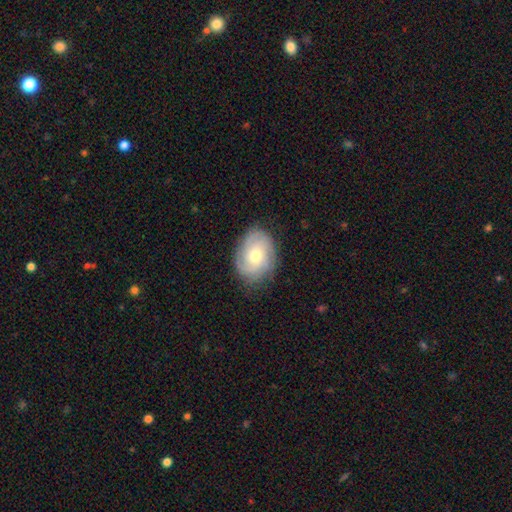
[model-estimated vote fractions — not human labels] Q: Smooth or featured?
A: featured or disk (68%); runner-up: smooth (25%)
Q: Edge-on disk?
A: no (97%); runner-up: yes (3%)
Q: Bar?
A: no (76%); runner-up: weak (21%)
Q: Spiral arms?
A: yes (92%); runner-up: no (8%)
Q: Spiral winding?
A: tight (61%); runner-up: medium (30%)
Q: Spiral arm count?
A: can't tell (37%); runner-up: 3 (25%)
Q: Bulge size?
A: moderate (64%); runner-up: small (31%)
Q: Merging?
A: none (79%); runner-up: minor disturbance (15%)